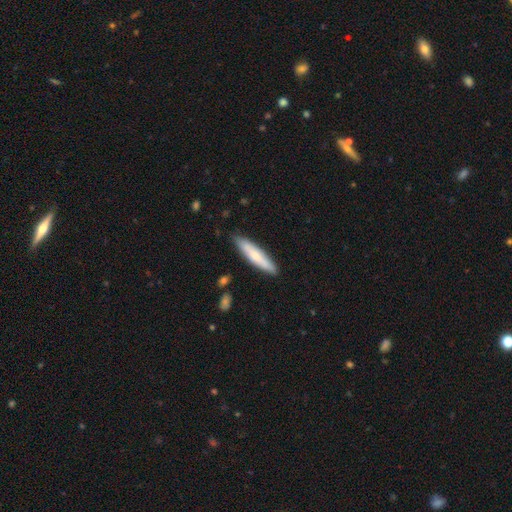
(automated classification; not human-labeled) Smooth or featured? Predicted: smooth (p=0.65). How rounded? Predicted: cigar-shaped (p=0.84). Merging? Predicted: none (p=0.85).